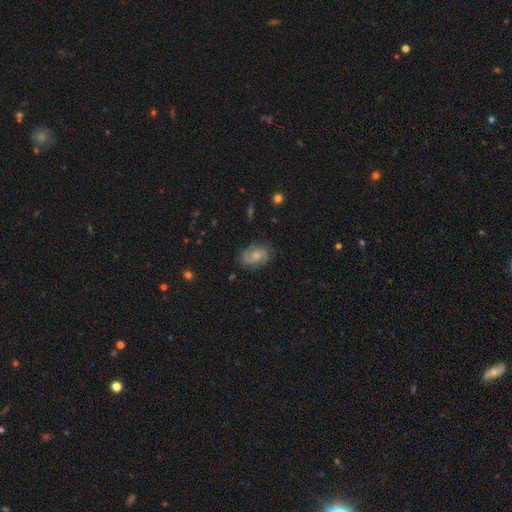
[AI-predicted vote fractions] Overall: featured or disk (64%; smooth 28%). Edge-on disk: no (97%). Bar: no (65%; weak 31%). Spiral arms: yes (92%). Spiral arm count: 2 (74%). Spiral winding: medium (43%; tight 41%). Bulge size: small (41%; moderate 39%). Merging: none (77%).